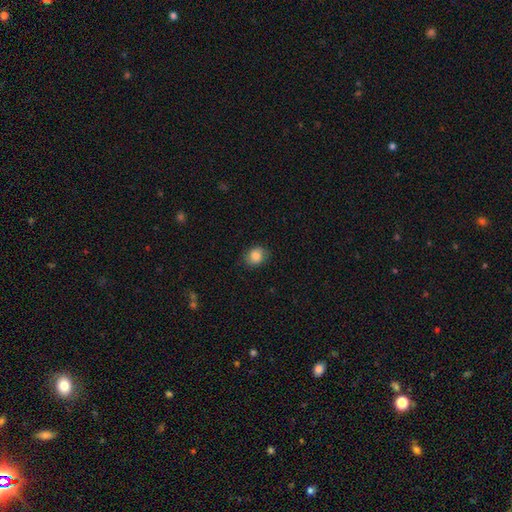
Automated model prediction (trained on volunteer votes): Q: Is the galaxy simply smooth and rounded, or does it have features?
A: smooth — 84%.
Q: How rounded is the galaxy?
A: round — 63%.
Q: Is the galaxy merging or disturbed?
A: none — 82%.